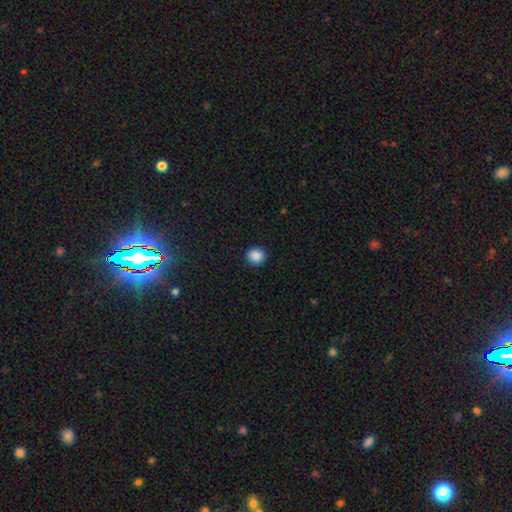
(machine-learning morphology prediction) This appears to be a smooth galaxy with no disk features (88%) that is round (88%). Merging: none (92%).